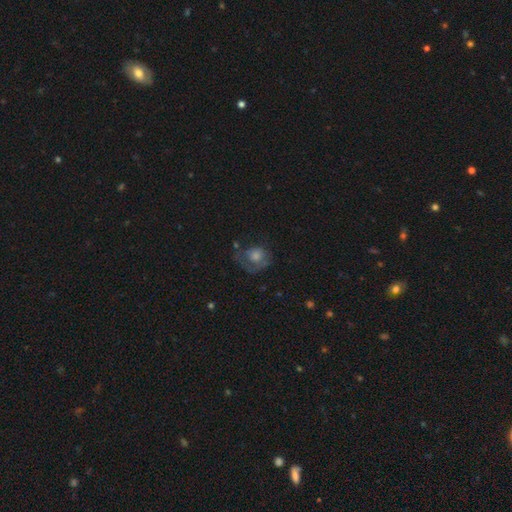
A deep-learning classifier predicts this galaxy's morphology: smooth-or-featured: smooth: 44% | featured or disk: 40% | star or artifact: 15%
  merging: none: 45% | major disturbance: 31% | minor disturbance: 21% | merger: 3%